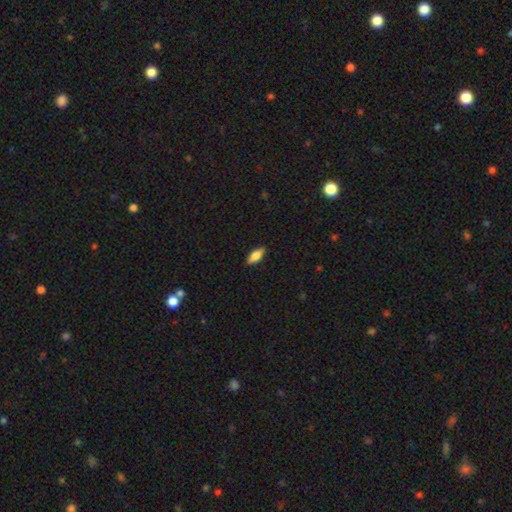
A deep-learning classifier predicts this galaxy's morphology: Overall: smooth (71%). How rounded: in between (78%). Merging: none (88%).